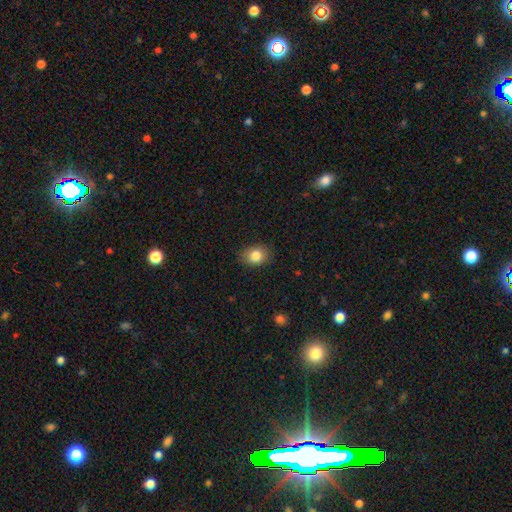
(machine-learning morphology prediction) Smooth or featured? smooth (83%)
How rounded? in between (61%)
Merging? none (86%)